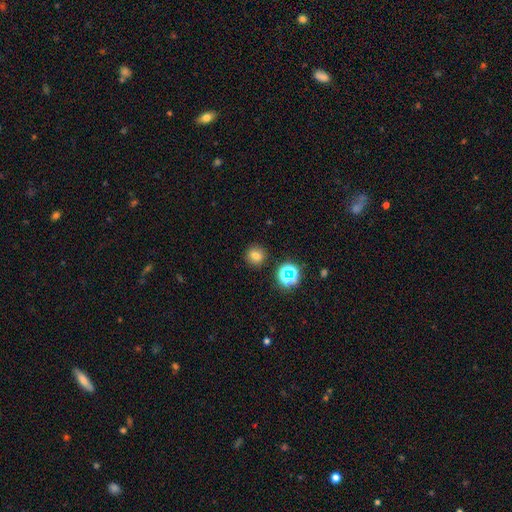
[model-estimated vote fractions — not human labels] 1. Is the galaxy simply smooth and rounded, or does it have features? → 74% smooth, 20% star or artifact, 7% featured or disk.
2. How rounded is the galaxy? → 90% round, 9% in between, 1% cigar-shaped.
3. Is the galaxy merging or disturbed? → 88% none, 7% minor disturbance, 3% merger, 2% major disturbance.